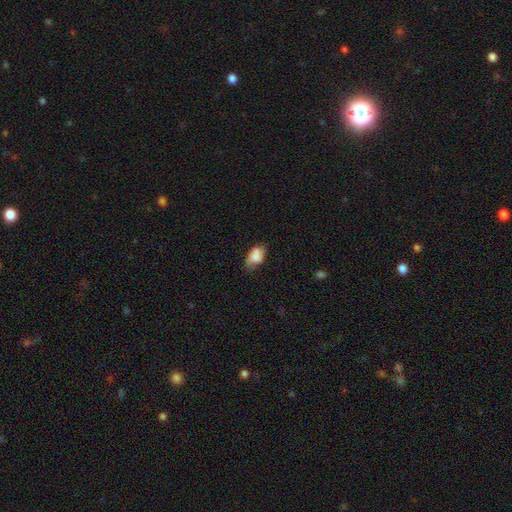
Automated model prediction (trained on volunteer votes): A smooth galaxy with no disk features (69%) that is in between round and cigar-shaped (89%).

Vote fractions:
- Smooth or featured? smooth: 69% / featured or disk: 22% / star or artifact: 9%
- How rounded? in between: 89% / round: 8% / cigar-shaped: 2%
- Merging? none: 47% / minor disturbance: 34% / major disturbance: 14% / merger: 5%